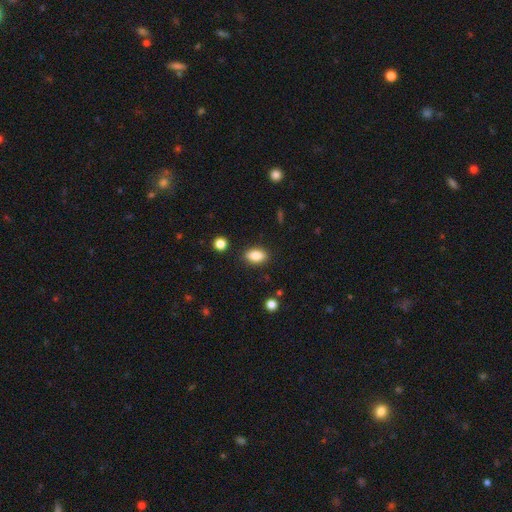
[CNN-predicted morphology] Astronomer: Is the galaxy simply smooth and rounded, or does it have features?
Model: smooth — 85%.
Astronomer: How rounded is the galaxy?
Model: in between — 87%.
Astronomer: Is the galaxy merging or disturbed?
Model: none — 87%.